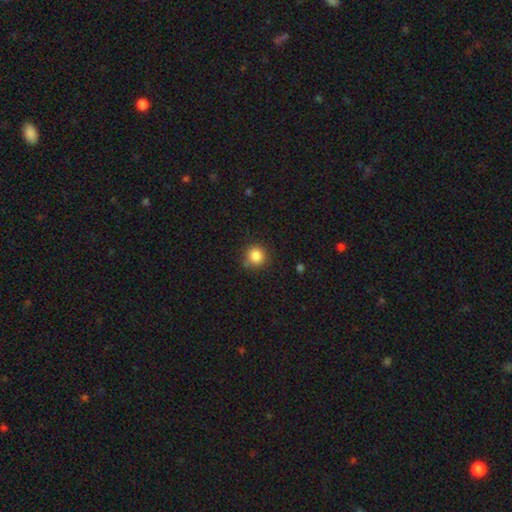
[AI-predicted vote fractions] Smooth or featured?
  - smooth: 85% *
  - star or artifact: 11%
  - featured or disk: 4%
How rounded?
  - round: 93% *
  - in between: 6%
  - cigar-shaped: 1%
Merging?
  - none: 81% *
  - minor disturbance: 12%
  - merger: 4%
  - major disturbance: 3%